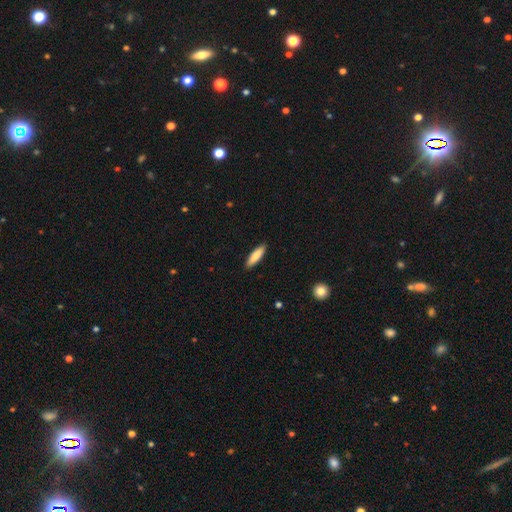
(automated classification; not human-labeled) The model was most divided on "how rounded": cigar-shaped: 68%, in between: 31%, round: 1%. More confident: merging — none (90%); smooth or featured — smooth (82%).